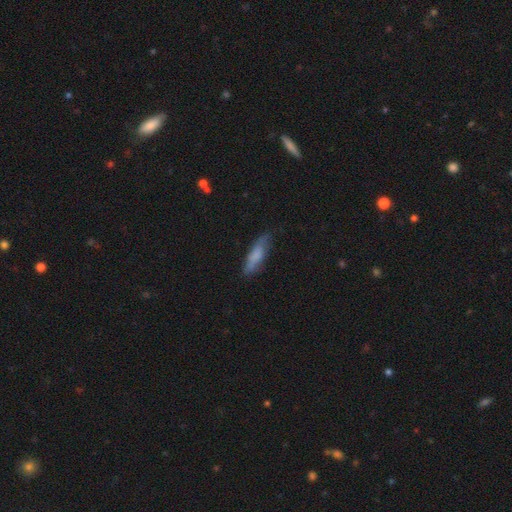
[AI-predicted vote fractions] Morphology: type=smooth (66%); roundness=cigar-shaped (60%); merging=none (71%).